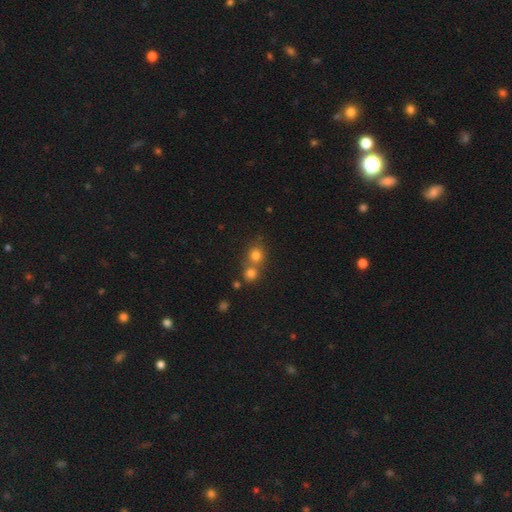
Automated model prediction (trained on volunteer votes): A smooth galaxy with no disk features (76%) that is round (88%).

Vote fractions:
- Smooth or featured? smooth: 76% / star or artifact: 16% / featured or disk: 8%
- How rounded? round: 88% / in between: 11% / cigar-shaped: 1%
- Merging? none: 52% / merger: 39% / minor disturbance: 6% / major disturbance: 3%